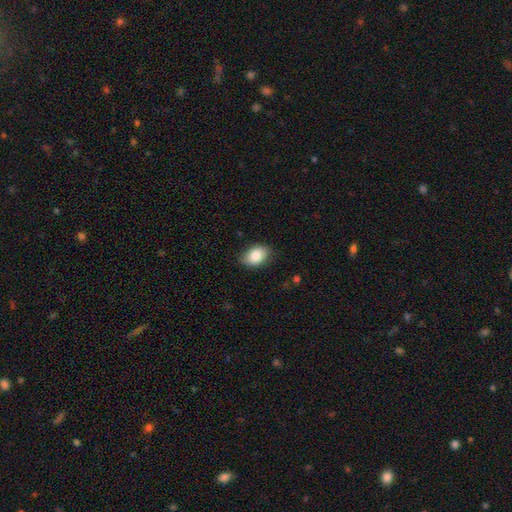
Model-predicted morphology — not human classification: The model was most divided on "merging": none: 82%, minor disturbance: 15%, major disturbance: 3%, merger: 1%. More confident: how rounded — in between (85%); smooth or featured — smooth (84%).